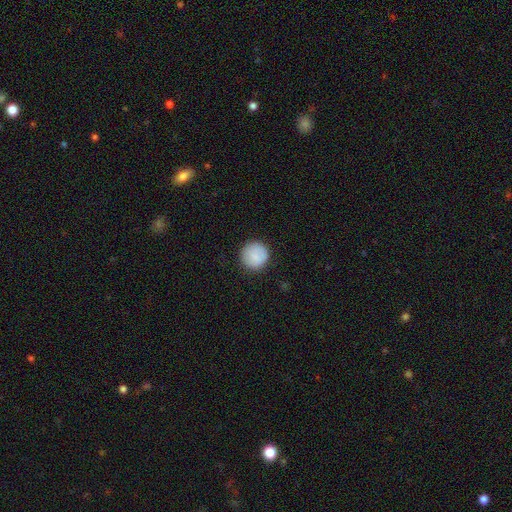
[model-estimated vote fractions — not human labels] Smooth or featured? smooth (87%)
How rounded? round (95%)
Merging? none (89%)